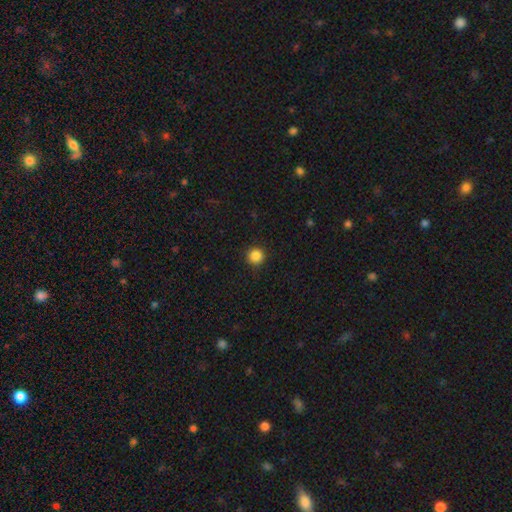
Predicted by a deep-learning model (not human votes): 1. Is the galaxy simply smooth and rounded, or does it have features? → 86% smooth, 11% star or artifact, 3% featured or disk.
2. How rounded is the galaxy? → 96% round, 3% in between, 1% cigar-shaped.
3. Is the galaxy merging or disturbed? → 91% none, 6% minor disturbance, 2% major disturbance, 1% merger.